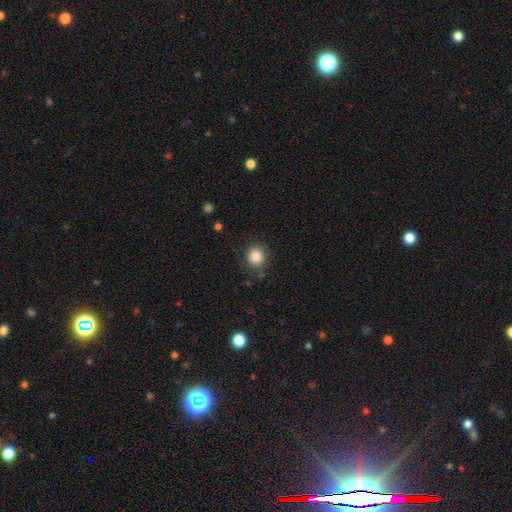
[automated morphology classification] type=smooth (85%); roundness=round (89%); merging=none (85%).